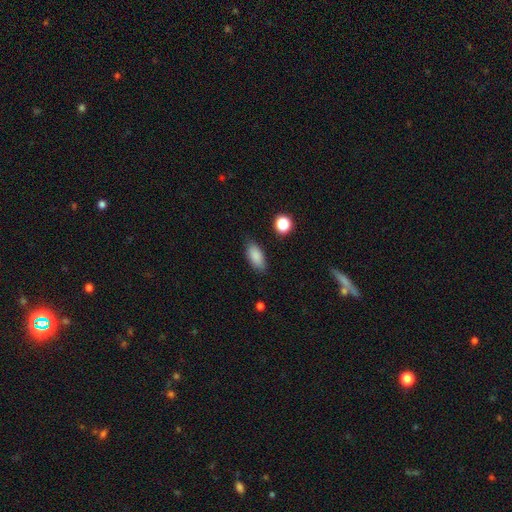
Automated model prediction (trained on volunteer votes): A smooth galaxy with no disk features (86%) that is in between round and cigar-shaped (87%).

Vote fractions:
- Smooth or featured? smooth: 86% / star or artifact: 8% / featured or disk: 6%
- How rounded? in between: 87% / cigar-shaped: 10% / round: 4%
- Merging? none: 82% / minor disturbance: 14% / major disturbance: 3% / merger: 2%